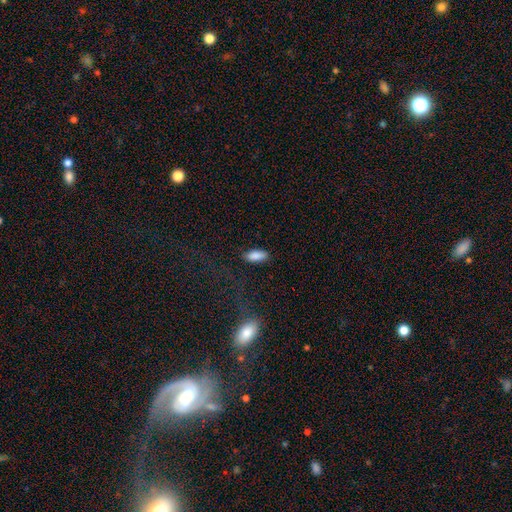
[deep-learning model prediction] Overall: smooth (88%). How rounded: in between (82%). Merging: none (84%).